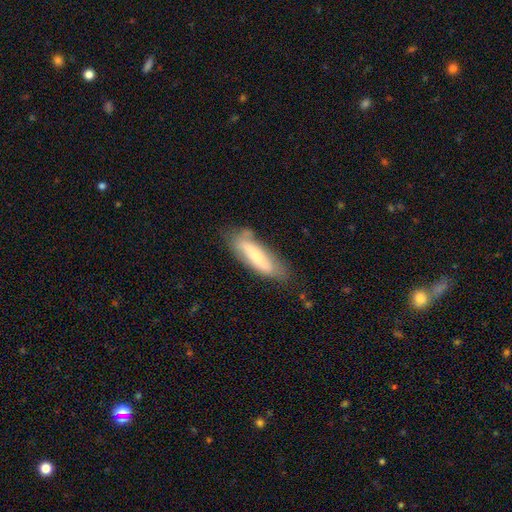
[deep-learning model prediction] smooth_or_featured: smooth (p=0.57) [alt: featured or disk p=0.36]
how_rounded: cigar-shaped (p=0.56) [alt: in between p=0.42]
merging: none (p=0.64) [alt: minor disturbance p=0.26]